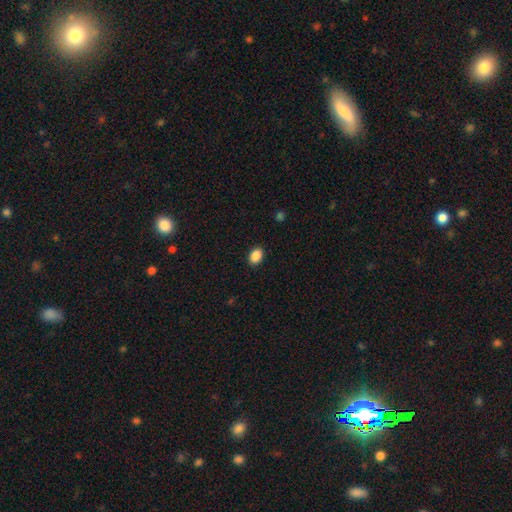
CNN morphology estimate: This appears to be a smooth galaxy with no disk features (89%) that is in between round and cigar-shaped (80%). Merging: none (90%).